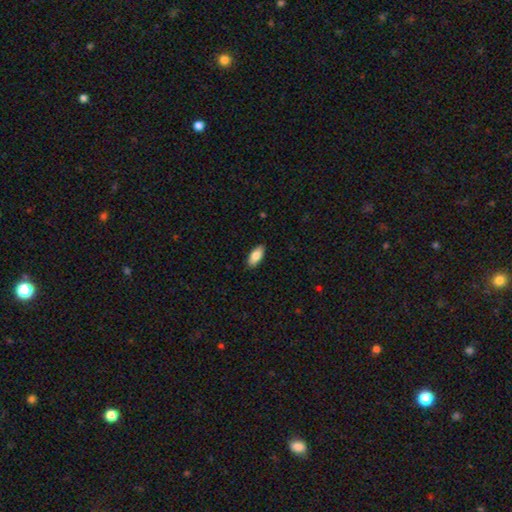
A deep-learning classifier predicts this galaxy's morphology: Overall: smooth (83%). How rounded: in between (88%). Merging: none (89%).